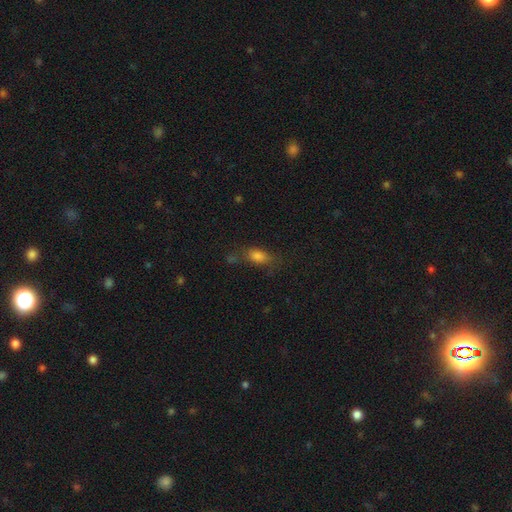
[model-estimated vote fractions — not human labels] Smooth or featured? smooth (77%)
How rounded? in between (76%)
Merging? none (58%)